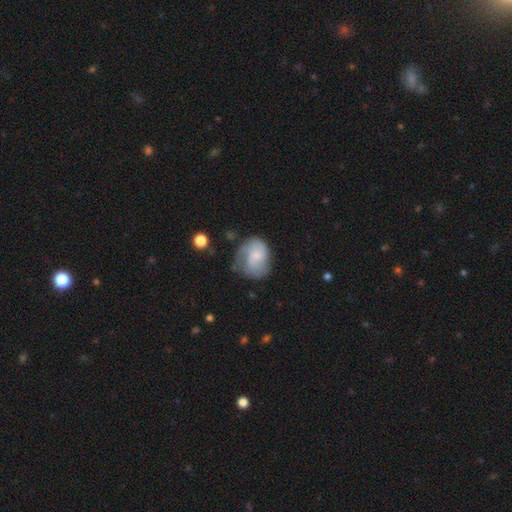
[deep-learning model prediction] smooth_or_featured: smooth (p=0.48) [alt: featured or disk p=0.44]
merging: none (p=0.39) [alt: minor disturbance p=0.32]